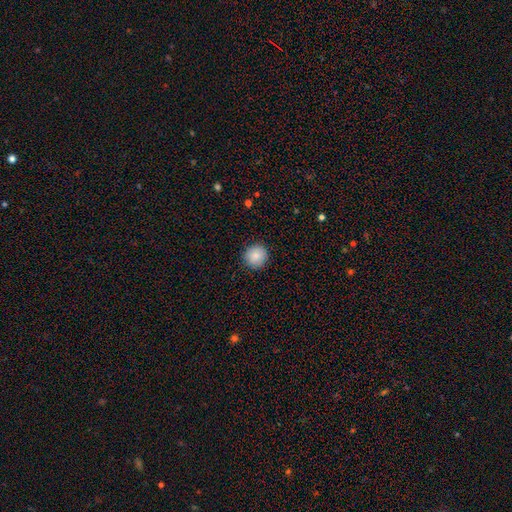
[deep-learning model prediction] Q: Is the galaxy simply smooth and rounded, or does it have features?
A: smooth — 86%.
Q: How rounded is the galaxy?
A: round — 92%.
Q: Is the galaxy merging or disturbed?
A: none — 89%.